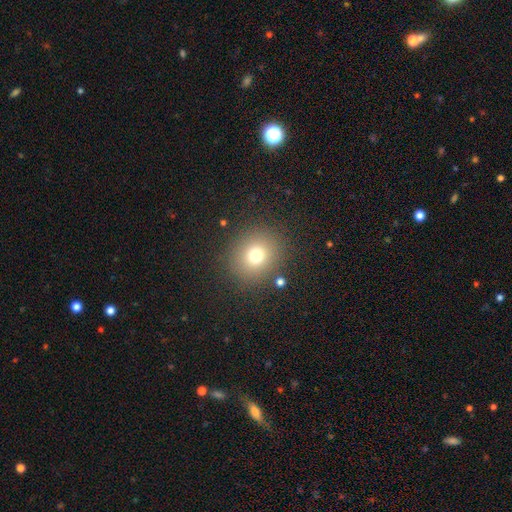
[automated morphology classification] A smooth galaxy with no disk features (73%) that is round (84%). Merging: none (86%).